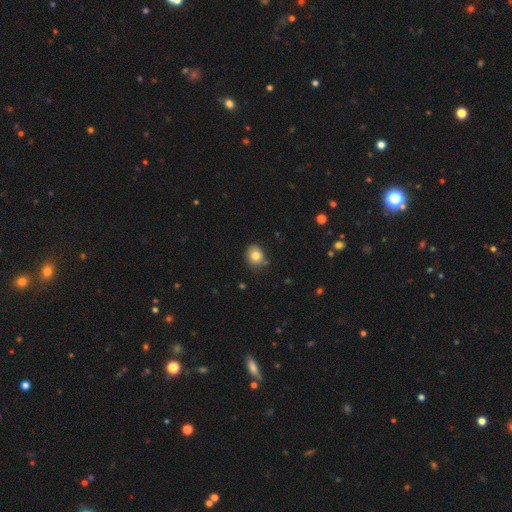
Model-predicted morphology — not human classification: type=smooth (81%); roundness=round (63%); merging=none (77%).